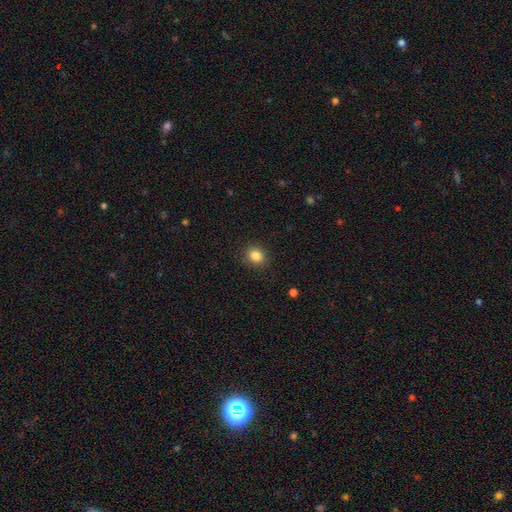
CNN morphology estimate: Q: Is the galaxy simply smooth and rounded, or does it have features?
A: smooth — 85%.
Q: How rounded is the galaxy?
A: round — 67%.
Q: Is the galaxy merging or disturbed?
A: none — 89%.